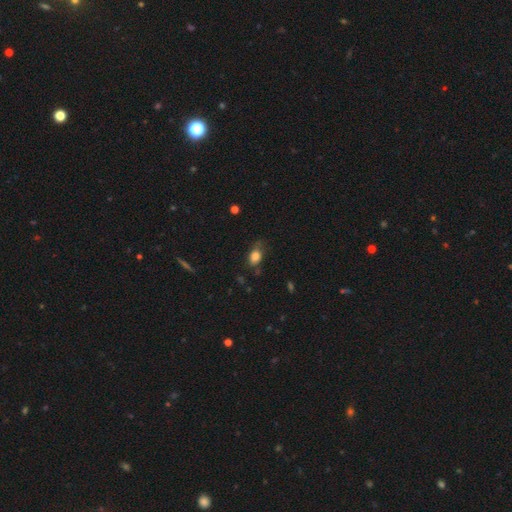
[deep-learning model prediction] Morphology: type=smooth (82%); roundness=in between (75%); merging=none (56%).